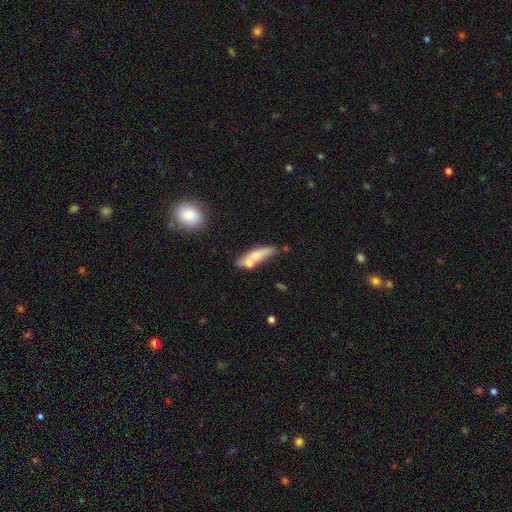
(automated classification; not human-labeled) The model was most divided on "merging": none: 47%, merger: 31%, minor disturbance: 16%, major disturbance: 6%. More confident: how rounded — cigar-shaped (60%); smooth or featured — smooth (58%).